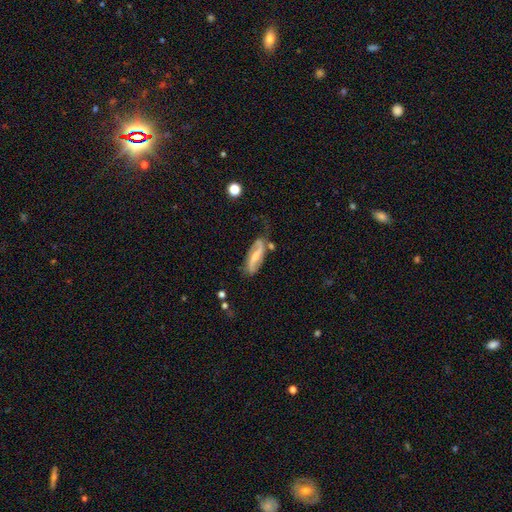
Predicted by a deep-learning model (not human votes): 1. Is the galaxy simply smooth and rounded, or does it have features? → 74% featured or disk, 20% smooth, 7% star or artifact.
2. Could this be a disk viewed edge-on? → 89% no, 11% yes.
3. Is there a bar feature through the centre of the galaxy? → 46% strong, 34% weak, 20% no.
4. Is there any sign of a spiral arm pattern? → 92% yes, 8% no.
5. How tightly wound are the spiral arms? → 49% loose, 35% medium, 15% tight.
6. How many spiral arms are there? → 87% 2, 5% can't tell, 4% 1, 1% 3, 1% 4, 1% more than 4.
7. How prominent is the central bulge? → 41% small, 29% none, 24% moderate, 4% large, 2% dominant.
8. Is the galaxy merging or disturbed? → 58% none, 25% minor disturbance, 12% major disturbance, 6% merger.